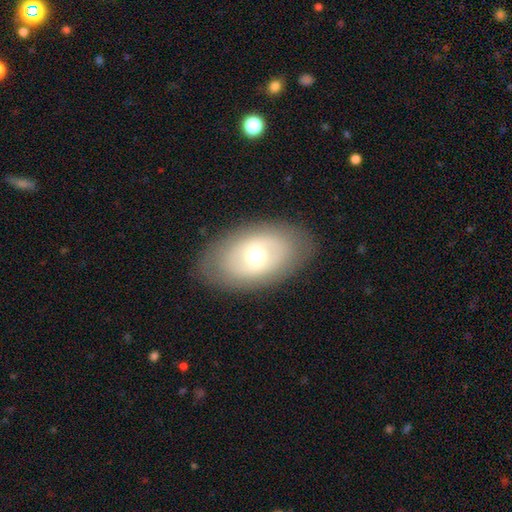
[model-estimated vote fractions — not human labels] Overall: smooth (48%; featured or disk 45%). Merging: none (84%).